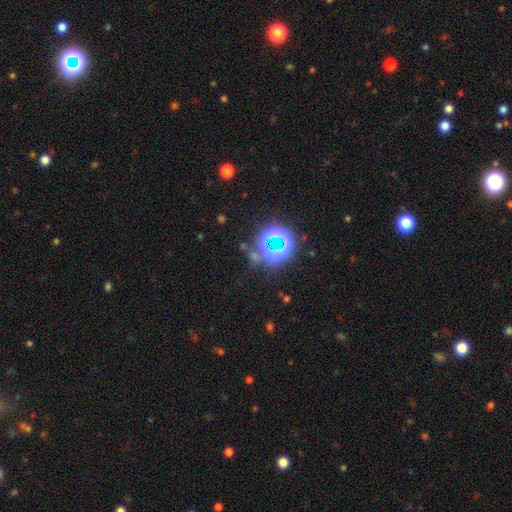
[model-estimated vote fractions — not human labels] A star or artifact, not a galaxy (64%).